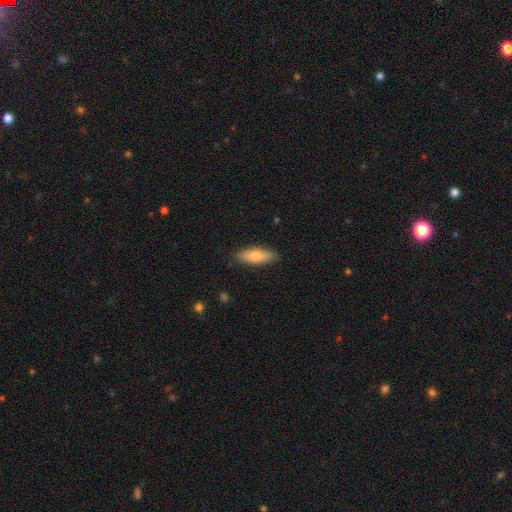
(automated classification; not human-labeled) The model was most divided on "how rounded": in between: 59%, cigar-shaped: 39%, round: 2%. More confident: merging — none (87%); smooth or featured — smooth (73%).